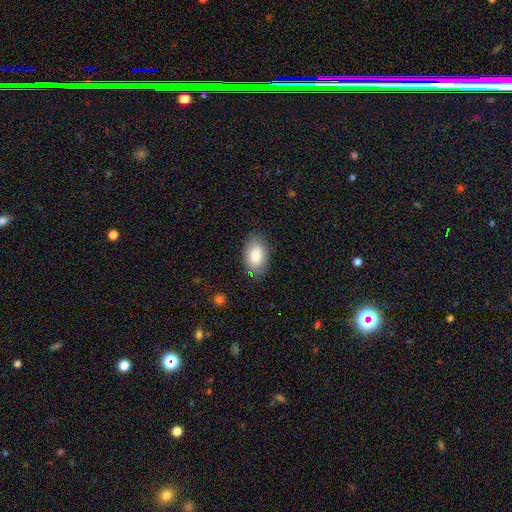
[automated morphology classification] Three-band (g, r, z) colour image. It shows a smooth galaxy with no disk features (85%) that is in between round and cigar-shaped (93%). Merging: none (83%).